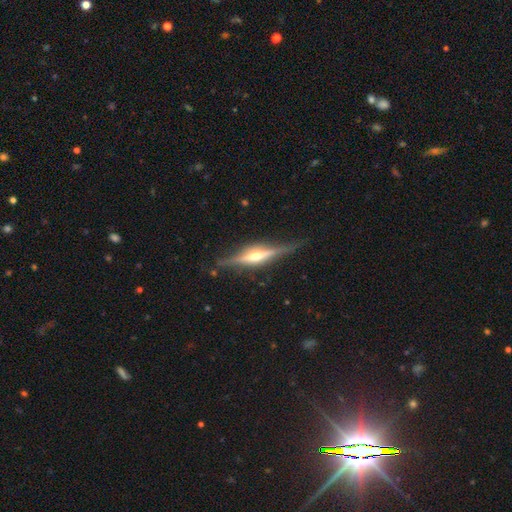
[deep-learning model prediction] Overall: featured or disk (81%). Edge-on disk: yes (97%). Edge-on bulge: rounded (84%). Merging: none (83%).